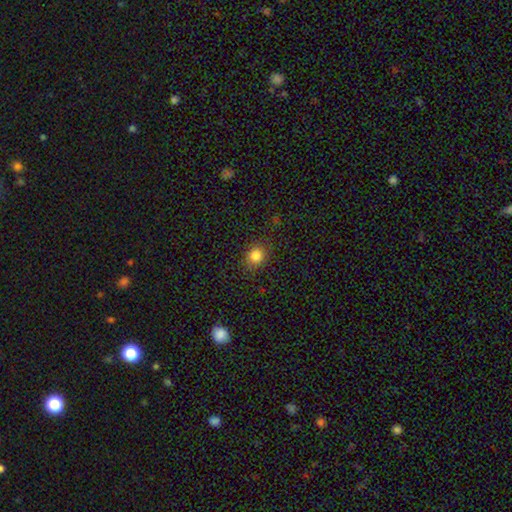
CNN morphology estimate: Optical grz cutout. It shows a smooth galaxy with no disk features (82%) that is round (76%). Merging: none (86%).